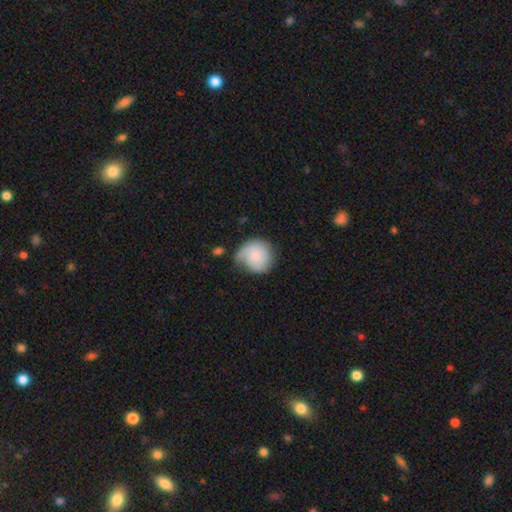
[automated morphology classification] Q: Smooth or featured?
A: smooth (60%); runner-up: featured or disk (34%)
Q: How rounded?
A: round (83%); runner-up: in between (16%)
Q: Merging?
A: none (44%); runner-up: minor disturbance (33%)